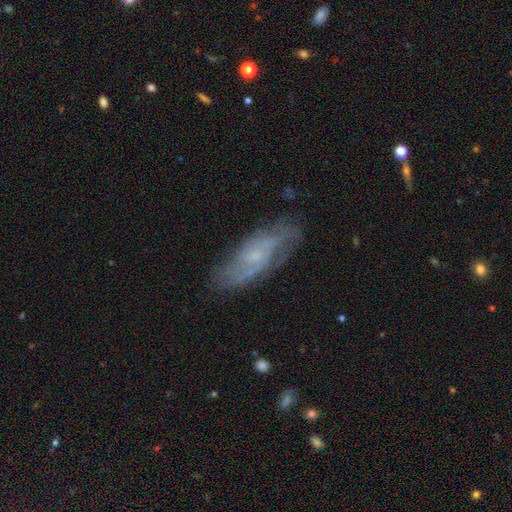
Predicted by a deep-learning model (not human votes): Morphology: type=featured or disk (63%); edge-on=no (84%); bar=no (68%); spiral arms=yes (78%); bulge=small (66%); merging=none (72%).